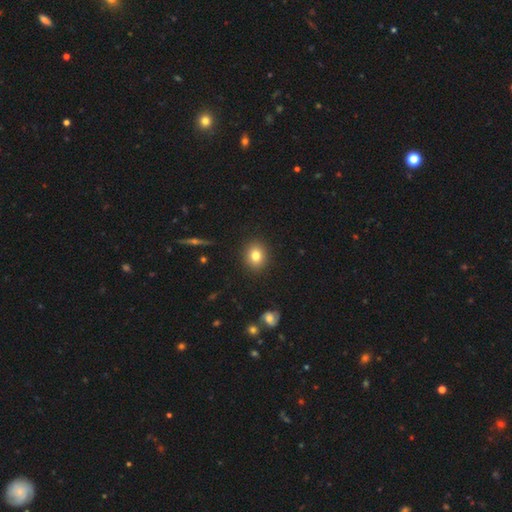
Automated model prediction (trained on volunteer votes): Smooth or featured?
  - smooth: 80% *
  - star or artifact: 10%
  - featured or disk: 9%
How rounded?
  - round: 73% *
  - in between: 26%
  - cigar-shaped: 1%
Merging?
  - none: 91% *
  - minor disturbance: 6%
  - major disturbance: 2%
  - merger: 1%